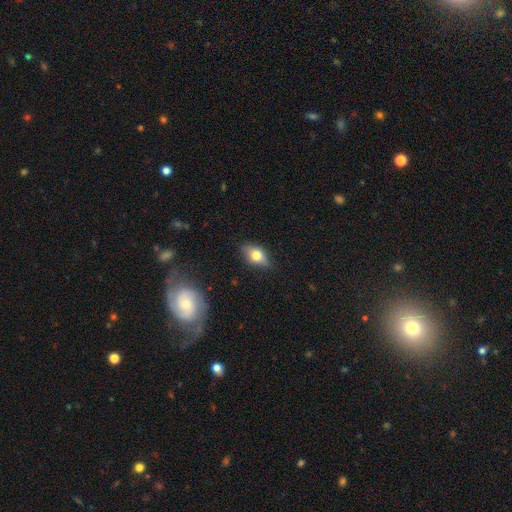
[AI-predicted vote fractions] Smooth or featured: smooth — 63% (featured or disk — 28%)
How rounded: in between — 81% (round — 12%)
Merging: none — 80% (minor disturbance — 16%)